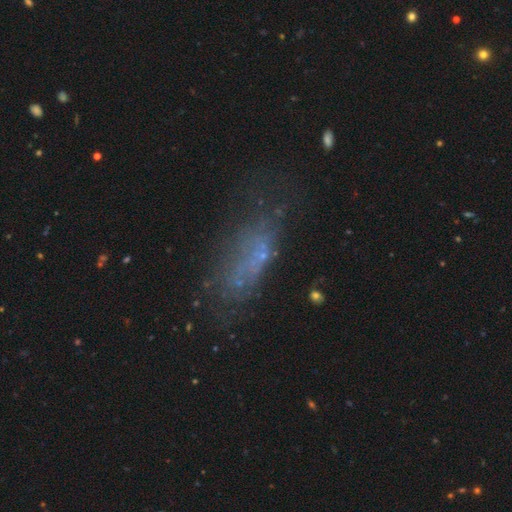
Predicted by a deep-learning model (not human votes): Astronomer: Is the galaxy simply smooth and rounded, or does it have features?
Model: smooth — 40% (runner-up: featured or disk, 38%).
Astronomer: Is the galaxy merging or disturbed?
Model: none — 46% (runner-up: major disturbance, 25%).